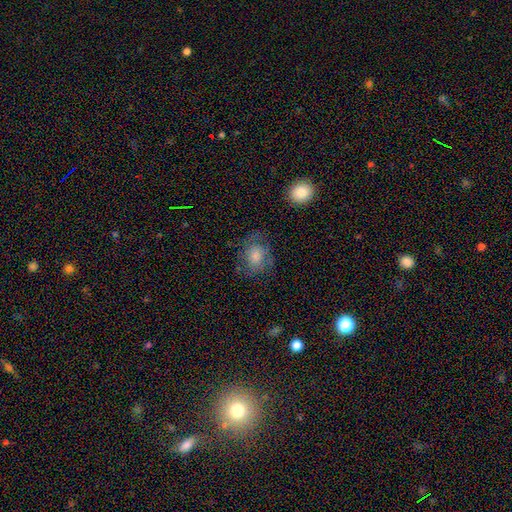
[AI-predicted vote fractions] Morphology: type=smooth (51%); roundness=round (57%); merging=none (68%).